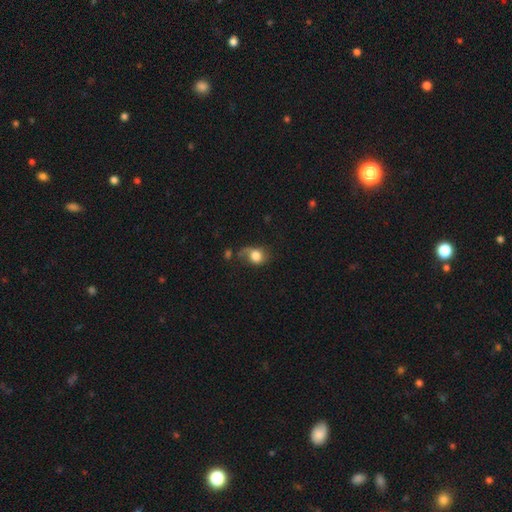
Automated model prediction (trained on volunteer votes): Smooth or featured?
  - smooth: 67% *
  - featured or disk: 23%
  - star or artifact: 9%
How rounded?
  - round: 56% *
  - in between: 43%
  - cigar-shaped: 1%
Merging?
  - none: 39% *
  - minor disturbance: 27%
  - major disturbance: 26%
  - merger: 8%